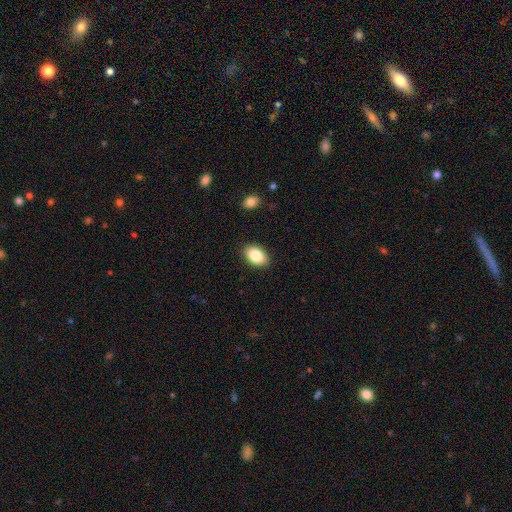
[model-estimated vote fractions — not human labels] Smooth or featured?
  - smooth: 85% *
  - featured or disk: 8%
  - star or artifact: 7%
How rounded?
  - in between: 89% *
  - round: 9%
  - cigar-shaped: 1%
Merging?
  - none: 89% *
  - minor disturbance: 8%
  - major disturbance: 2%
  - merger: 1%